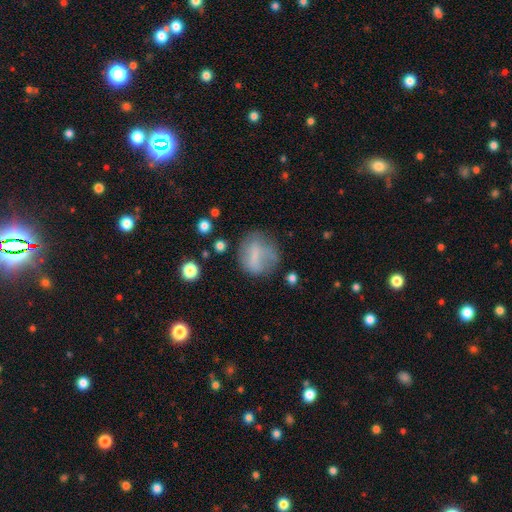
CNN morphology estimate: Smooth or featured?
  - smooth: 62% *
  - featured or disk: 27%
  - star or artifact: 11%
How rounded?
  - round: 69% *
  - in between: 28%
  - cigar-shaped: 3%
Merging?
  - none: 56% *
  - minor disturbance: 23%
  - major disturbance: 16%
  - merger: 4%